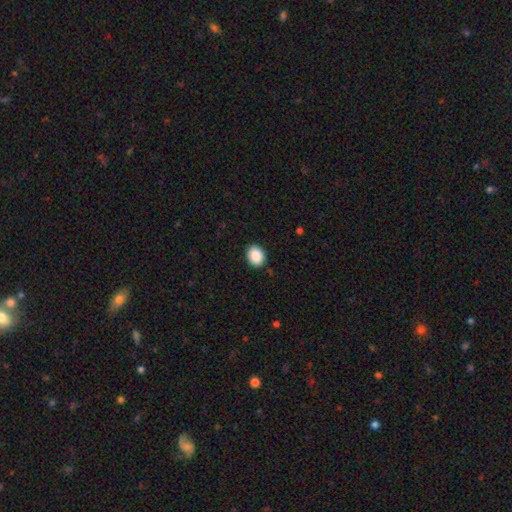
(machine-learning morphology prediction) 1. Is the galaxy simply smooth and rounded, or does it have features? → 89% smooth, 8% star or artifact, 3% featured or disk.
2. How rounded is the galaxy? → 50% in between (tied), 50% round (tied), 1% cigar-shaped.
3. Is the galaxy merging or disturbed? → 89% none, 8% minor disturbance, 2% major disturbance, 1% merger.